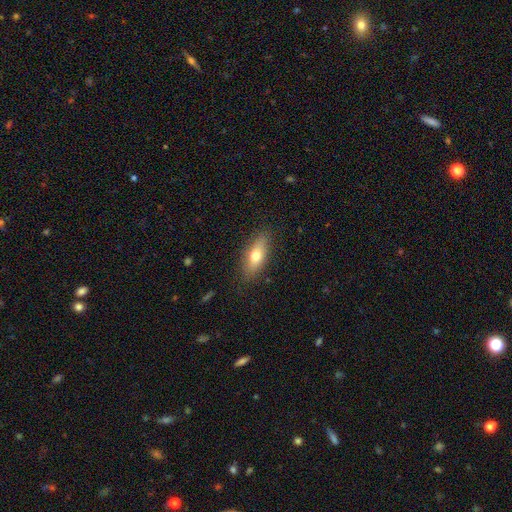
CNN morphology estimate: type=smooth (68%); roundness=in between (68%); merging=none (85%).